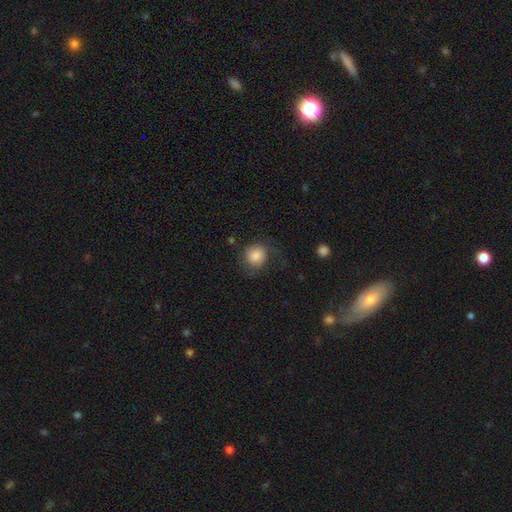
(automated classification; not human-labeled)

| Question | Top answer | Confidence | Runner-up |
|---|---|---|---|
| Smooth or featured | smooth | 78% | featured or disk (14%) |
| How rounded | round | 81% | in between (18%) |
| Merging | none | 56% | minor disturbance (23%) |